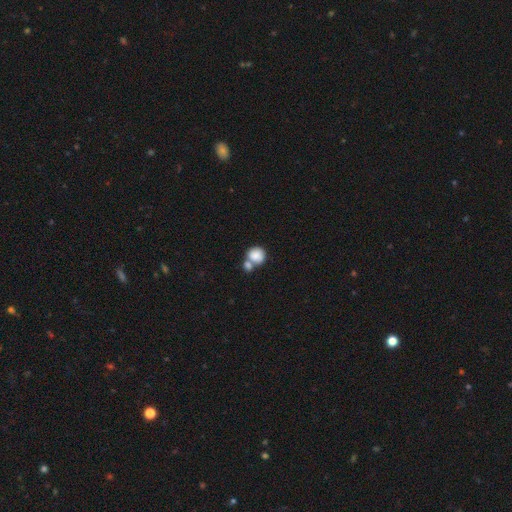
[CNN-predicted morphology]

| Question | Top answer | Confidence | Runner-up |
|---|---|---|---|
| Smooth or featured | smooth | 83% | featured or disk (9%) |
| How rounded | round | 82% | in between (17%) |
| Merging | merger | 52% | none (35%) |